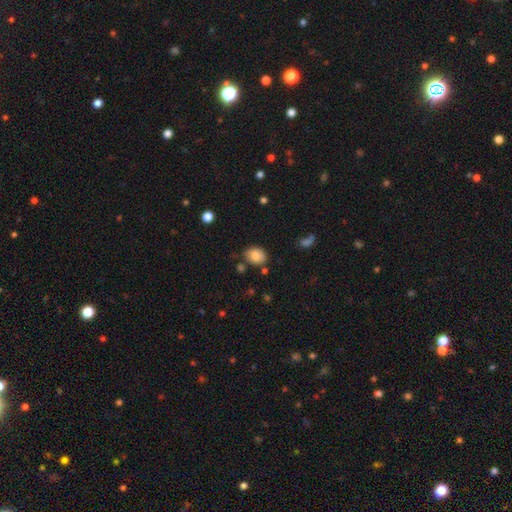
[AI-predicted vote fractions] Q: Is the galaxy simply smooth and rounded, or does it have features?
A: smooth — 84%.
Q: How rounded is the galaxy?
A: in between — 54%.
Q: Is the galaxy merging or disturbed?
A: none — 72%.